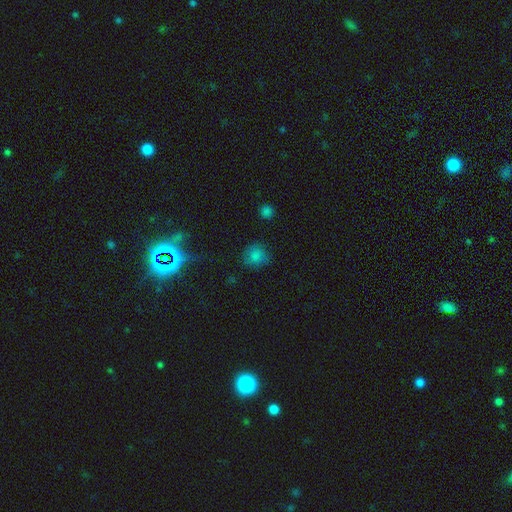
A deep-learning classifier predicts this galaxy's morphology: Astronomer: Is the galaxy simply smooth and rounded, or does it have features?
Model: smooth — 78%.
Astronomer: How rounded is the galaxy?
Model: round — 84%.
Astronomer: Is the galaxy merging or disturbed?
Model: none — 74%.